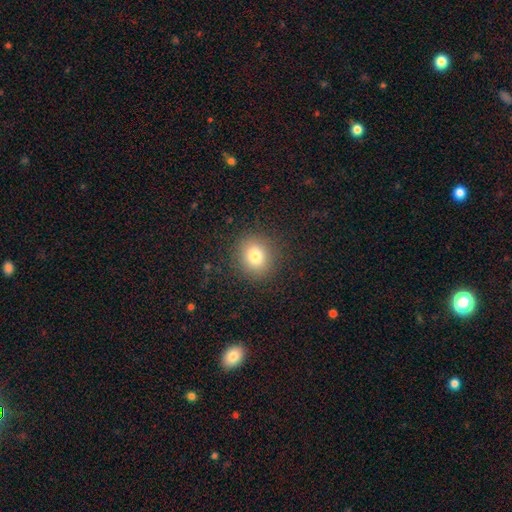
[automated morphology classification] smooth_or_featured: smooth (p=0.79) [alt: star or artifact p=0.13]
how_rounded: round (p=0.79) [alt: in between p=0.20]
merging: none (p=0.90) [alt: minor disturbance p=0.06]